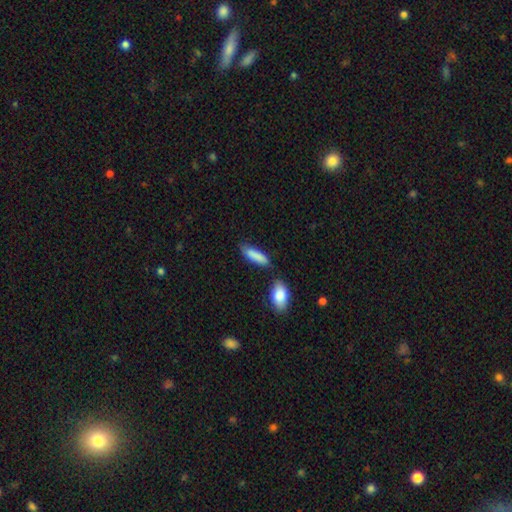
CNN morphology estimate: smooth_or_featured: smooth (p=0.86) [alt: featured or disk p=0.08]
how_rounded: cigar-shaped (p=0.57) [alt: in between p=0.41]
merging: none (p=0.65) [alt: minor disturbance p=0.19]